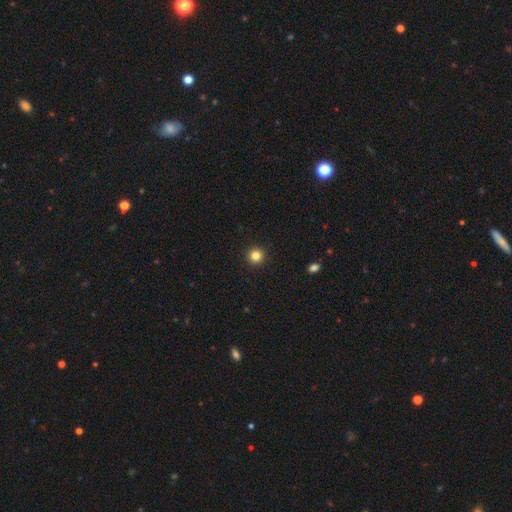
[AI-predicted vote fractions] This is clearly a smooth galaxy (84%). How rounded: clearly round (96%). Merging: clearly none (93%).